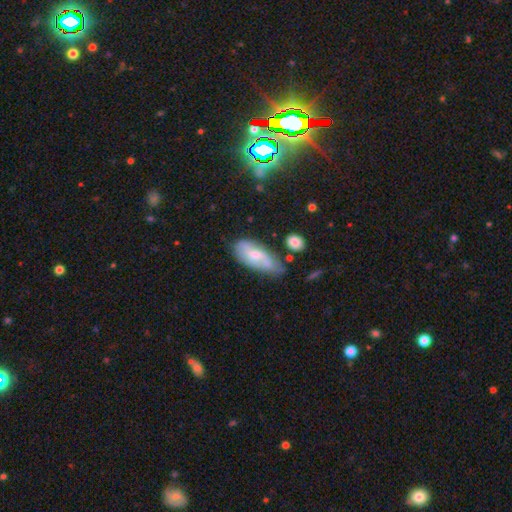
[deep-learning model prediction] Smooth or featured: smooth — 48% (featured or disk — 45%)
Merging: none — 50% (minor disturbance — 33%)